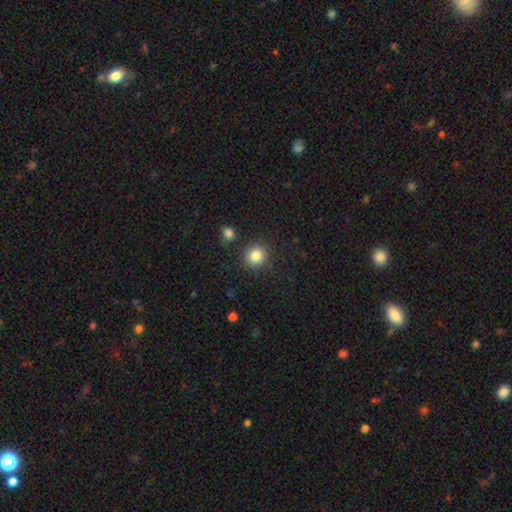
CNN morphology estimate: Smooth or featured: smooth — 84% (star or artifact — 10%)
How rounded: round — 89% (in between — 10%)
Merging: none — 86% (minor disturbance — 8%)